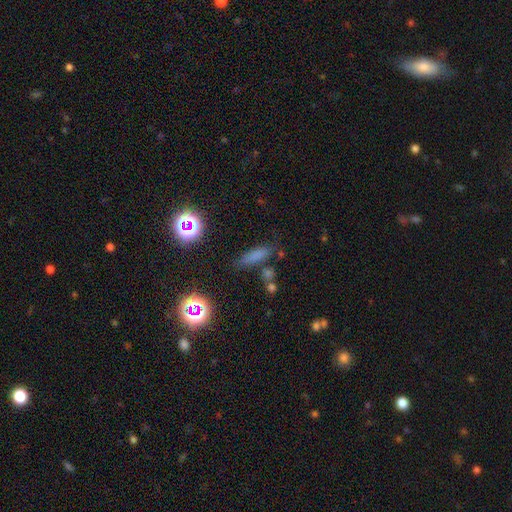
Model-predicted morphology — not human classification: A smooth galaxy with no disk features (69%) that is cigar-shaped (60%).

Vote fractions:
- Smooth or featured? smooth: 69% / star or artifact: 21% / featured or disk: 10%
- How rounded? cigar-shaped: 60% / in between: 35% / round: 5%
- Merging? none: 73% / minor disturbance: 15% / merger: 7% / major disturbance: 5%